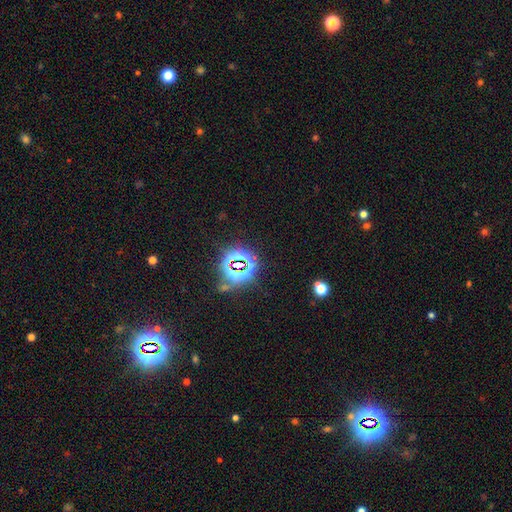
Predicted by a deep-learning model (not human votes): A star or artifact, not a galaxy (80%).

Vote fractions:
- Smooth or featured? star or artifact: 80% / smooth: 12% / featured or disk: 8%